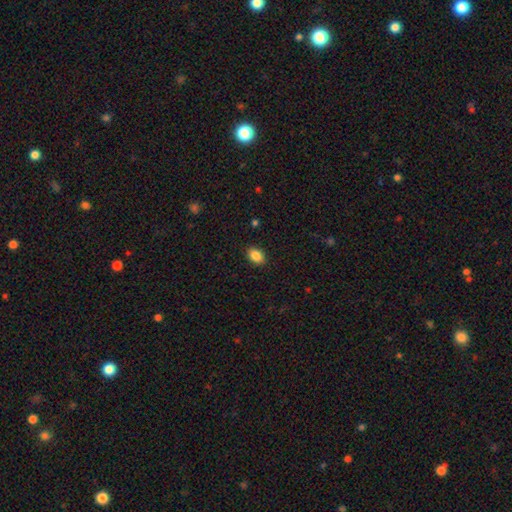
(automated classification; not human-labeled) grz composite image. It shows a smooth galaxy with no disk features (87%) that is in between round and cigar-shaped (81%). Merging: none (89%).